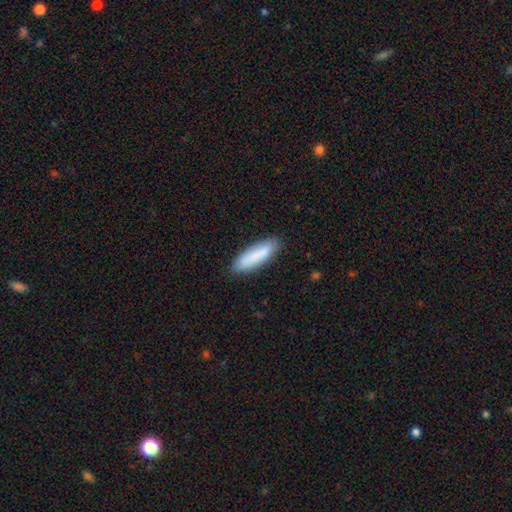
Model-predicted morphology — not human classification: A smooth galaxy with no disk features (85%) that is cigar-shaped (63%). Merging: none (85%).